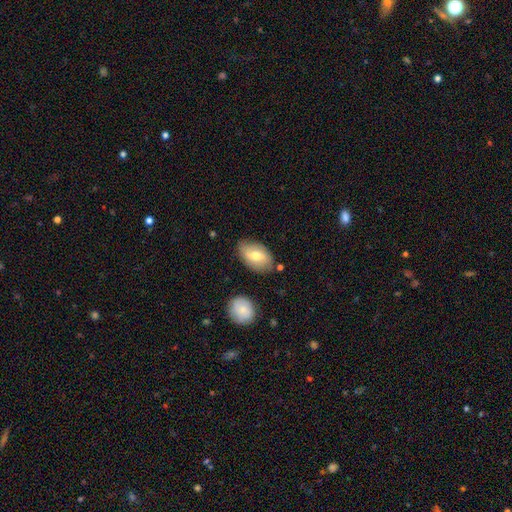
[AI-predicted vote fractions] Overall: smooth (64%; featured or disk 30%). How rounded: in between (91%). Merging: none (74%).